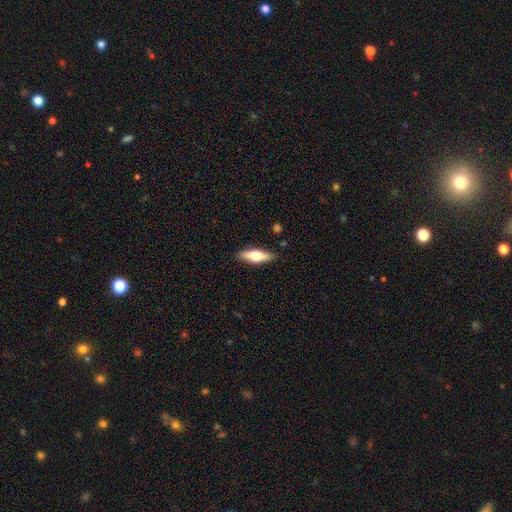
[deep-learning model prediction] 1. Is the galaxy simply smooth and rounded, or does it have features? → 55% smooth, 39% featured or disk, 6% star or artifact.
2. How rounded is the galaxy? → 49% cigar-shaped, 48% in between, 2% round.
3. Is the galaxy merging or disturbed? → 87% none, 10% minor disturbance, 2% major disturbance, 1% merger.